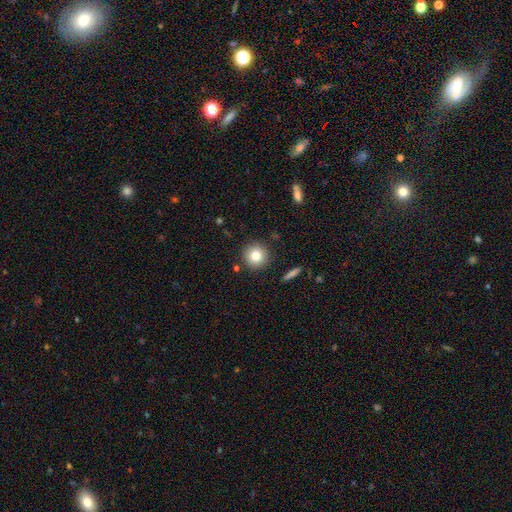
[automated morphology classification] Overall: smooth (80%). How rounded: round (95%). Merging: none (89%).